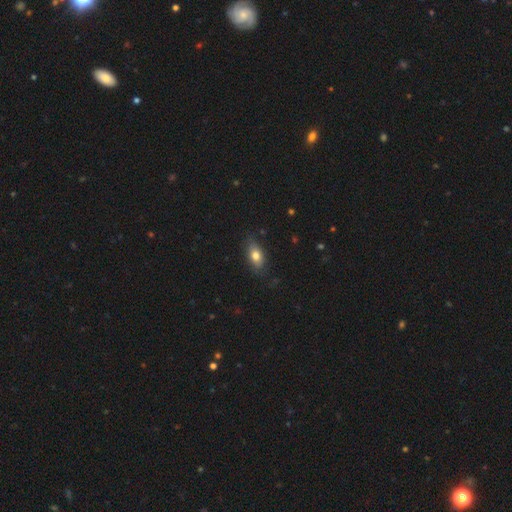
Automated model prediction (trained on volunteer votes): Smooth or featured?
  - smooth: 73% *
  - featured or disk: 19%
  - star or artifact: 8%
How rounded?
  - in between: 85% *
  - cigar-shaped: 8%
  - round: 7%
Merging?
  - none: 76% *
  - minor disturbance: 19%
  - major disturbance: 4%
  - merger: 1%